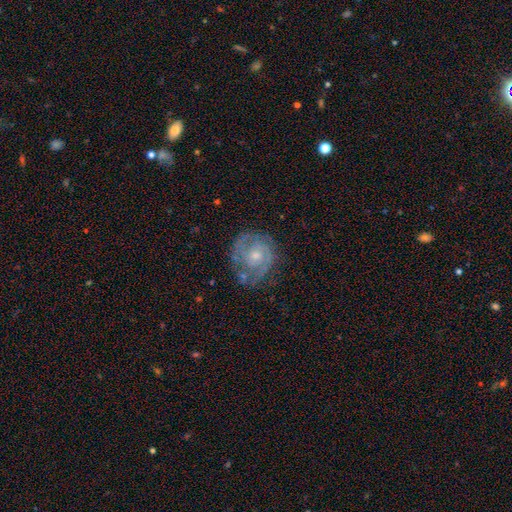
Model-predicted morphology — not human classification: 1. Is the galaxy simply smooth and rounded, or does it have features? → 79% featured or disk, 14% smooth, 6% star or artifact.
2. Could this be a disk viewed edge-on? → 98% no, 2% yes.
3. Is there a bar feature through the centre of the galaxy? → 72% no, 24% weak, 4% strong.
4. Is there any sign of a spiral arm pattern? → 90% yes, 10% no.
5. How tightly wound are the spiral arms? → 62% tight, 30% medium, 8% loose.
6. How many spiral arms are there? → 47% 2, 26% can't tell, 15% 3, 5% 1, 4% 4, 3% more than 4.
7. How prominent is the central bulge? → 48% moderate, 45% small, 3% none, 3% large, 1% dominant.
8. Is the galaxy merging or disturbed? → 71% none, 19% minor disturbance, 8% major disturbance, 2% merger.